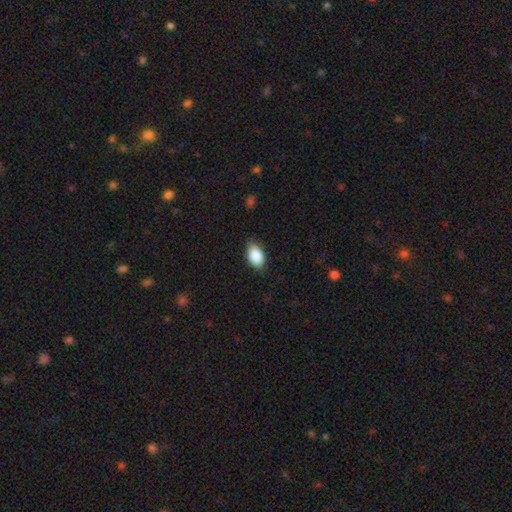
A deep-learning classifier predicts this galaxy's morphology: A smooth galaxy with no disk features (86%) that is in between round and cigar-shaped (89%). Merging: none (78%).